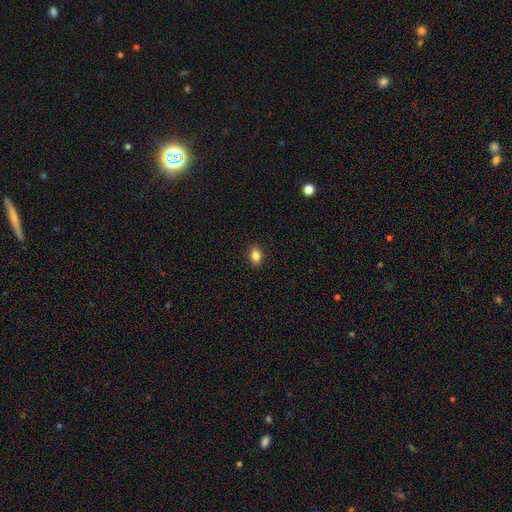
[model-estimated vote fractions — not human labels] smooth-or-featured: smooth: 86% | star or artifact: 10% | featured or disk: 4%
  how-rounded: in between: 79% | round: 19% | cigar-shaped: 2%
  merging: none: 89% | minor disturbance: 8% | major disturbance: 2% | merger: 1%